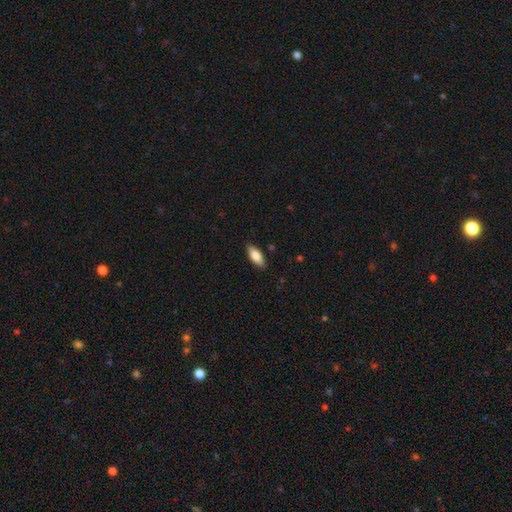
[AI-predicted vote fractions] This is clearly a smooth galaxy (81%). How rounded: likely in between (76%). Merging: clearly none (87%).